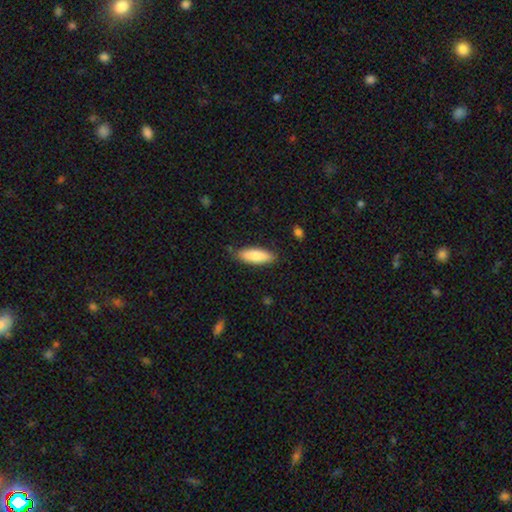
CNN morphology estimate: This is clearly a smooth galaxy (84%). How rounded: likely in between (61%). Merging: clearly none (83%).